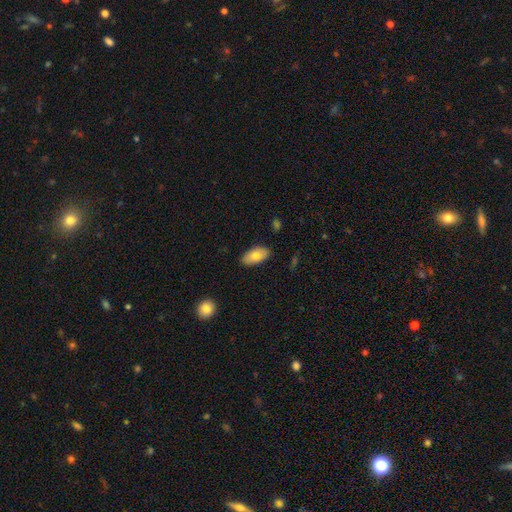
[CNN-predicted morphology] smooth 78%, featured or disk 15%, star or artifact 7%. Down the decision tree: how rounded — in between (93%); merging — none (87%).